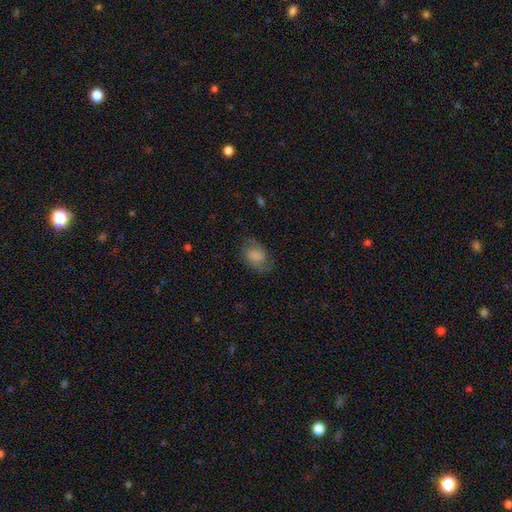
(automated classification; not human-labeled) Smooth or featured? Predicted: featured or disk (p=0.52). Edge-on disk? Predicted: no (p=0.97). Bar? Predicted: no (p=0.51). Spiral arms? Predicted: yes (p=0.88). Bulge size? Predicted: none (p=0.38). Merging? Predicted: none (p=0.69).